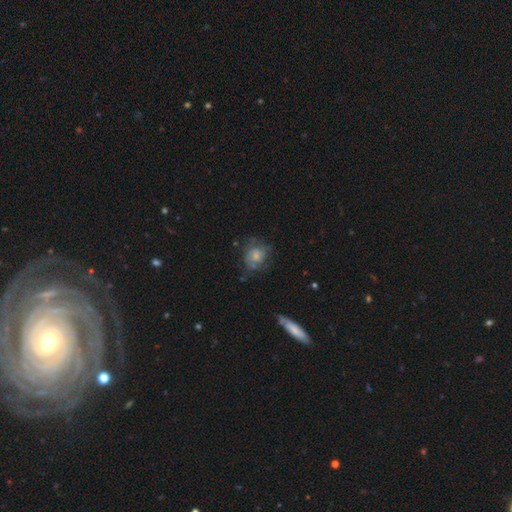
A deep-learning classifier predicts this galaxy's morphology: A smooth galaxy with no disk features (52%) that is round (63%). Merging: none (52%).